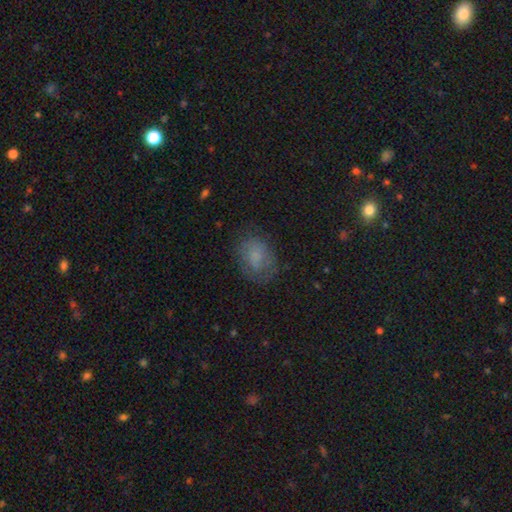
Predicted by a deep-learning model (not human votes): Morphology: type=smooth (68%); roundness=in between (64%); merging=none (65%).